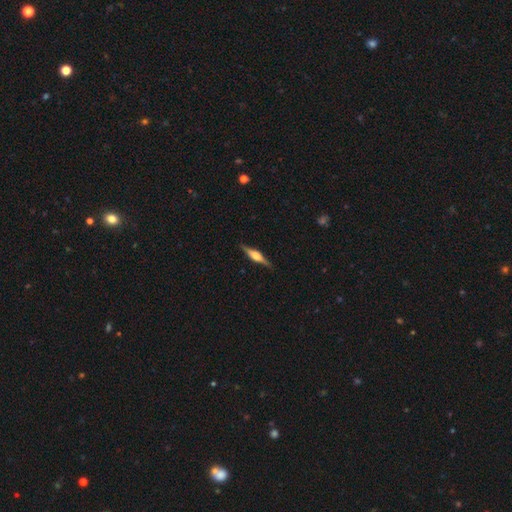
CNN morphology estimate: This is likely a featured or disk galaxy (74%). It is clearly viewed edge-on (97%). Edge-on bulge: clearly rounded (87%). Merging: clearly none (88%).